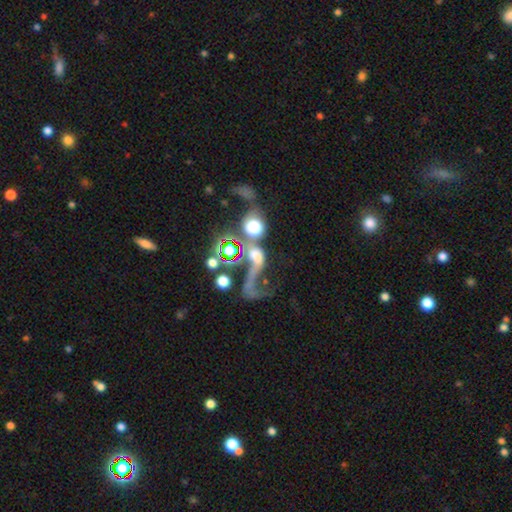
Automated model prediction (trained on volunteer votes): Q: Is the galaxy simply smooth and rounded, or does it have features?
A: featured or disk — 41%.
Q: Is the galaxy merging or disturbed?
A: merger — 48%.